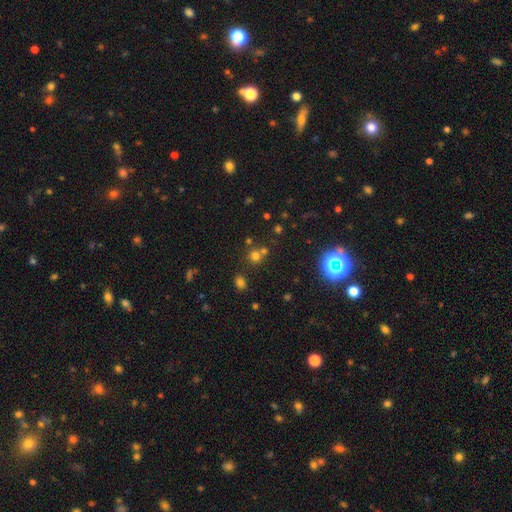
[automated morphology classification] This appears to be a smooth galaxy with no disk features (59%) that is round (88%). Merging: none (64%).